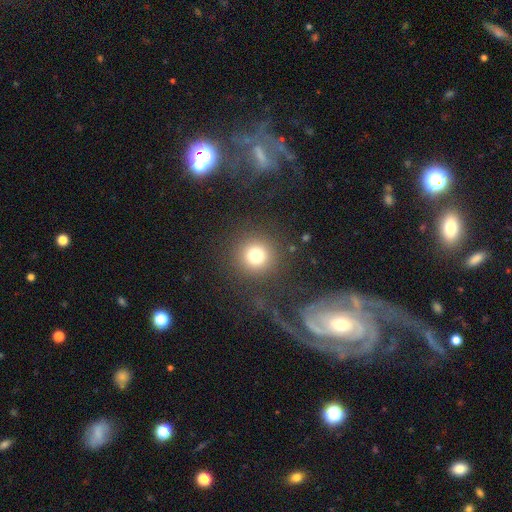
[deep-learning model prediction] smooth-or-featured: smooth: 76% | star or artifact: 15% | featured or disk: 9%
  how-rounded: round: 94% | in between: 5% | cigar-shaped: 1%
  merging: none: 86% | minor disturbance: 7% | major disturbance: 5% | merger: 2%